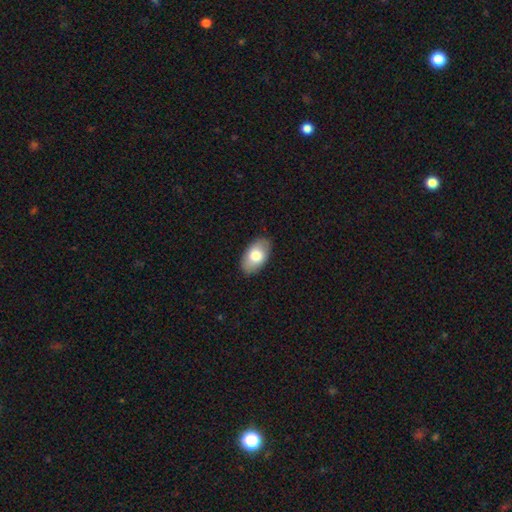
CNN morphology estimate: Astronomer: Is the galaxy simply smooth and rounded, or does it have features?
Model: smooth — 76%.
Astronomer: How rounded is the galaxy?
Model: in between — 94%.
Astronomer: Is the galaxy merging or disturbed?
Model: none — 87%.